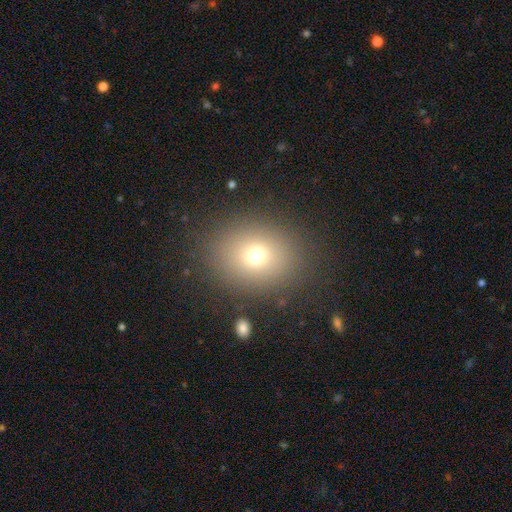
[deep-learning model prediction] Smooth or featured: smooth — 71% (star or artifact — 16%)
How rounded: round — 56% (in between — 43%)
Merging: none — 85% (minor disturbance — 8%)